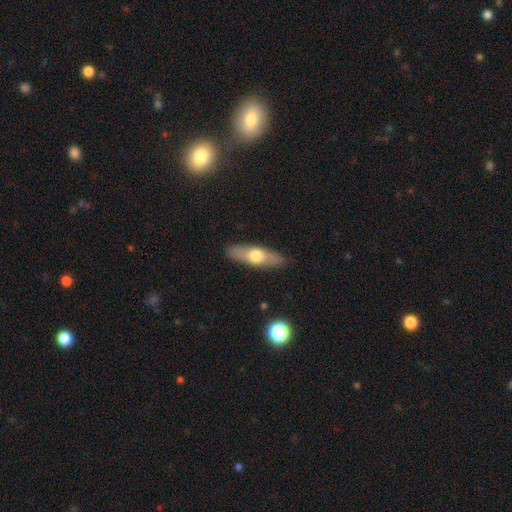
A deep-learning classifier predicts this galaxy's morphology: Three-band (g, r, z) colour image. It shows a smooth galaxy with no disk features (56%) that is cigar-shaped (52%). Merging: none (89%).